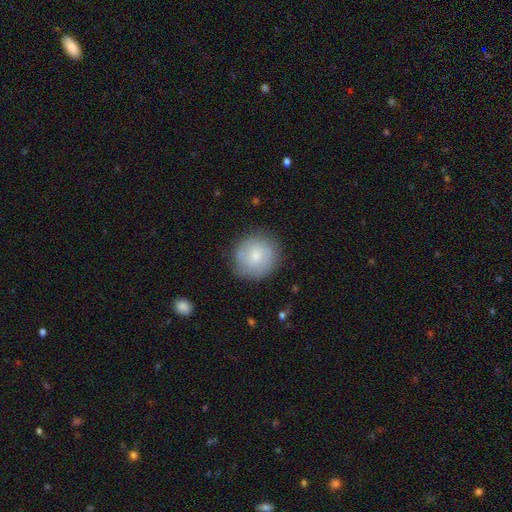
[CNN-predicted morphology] smooth-or-featured: smooth: 69% | featured or disk: 24% | star or artifact: 7%
  how-rounded: round: 90% | in between: 9% | cigar-shaped: 1%
  merging: none: 80% | minor disturbance: 15% | major disturbance: 4% | merger: 1%